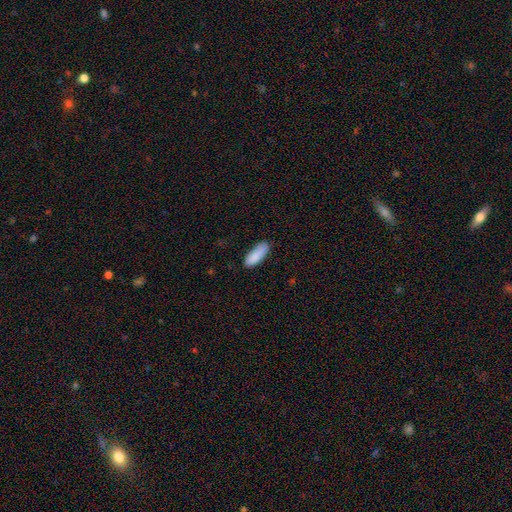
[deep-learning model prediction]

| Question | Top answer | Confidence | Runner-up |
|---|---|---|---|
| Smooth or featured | smooth | 89% | star or artifact (6%) |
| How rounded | in between | 68% | cigar-shaped (30%) |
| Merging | none | 82% | minor disturbance (15%) |